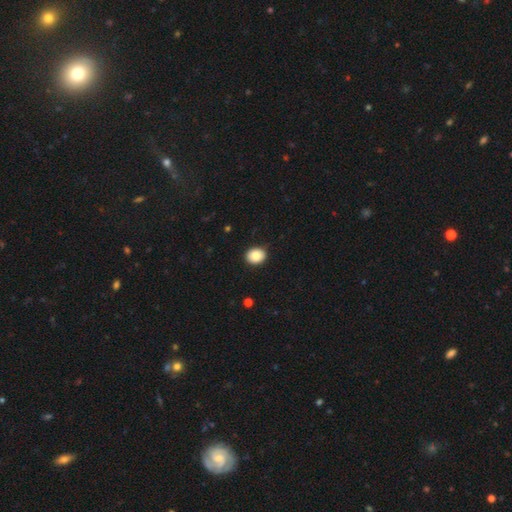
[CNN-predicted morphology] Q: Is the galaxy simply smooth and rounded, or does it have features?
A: smooth — 87%.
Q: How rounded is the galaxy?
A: round — 54%.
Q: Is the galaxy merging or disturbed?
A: none — 90%.